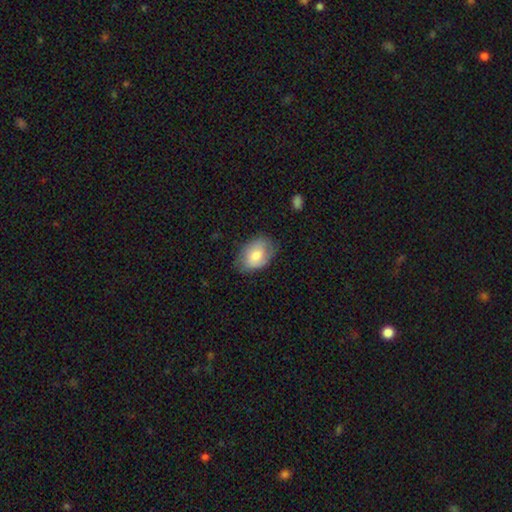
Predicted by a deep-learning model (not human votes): This is likely a smooth galaxy (71%). How rounded: clearly in between (84%). Merging: likely none (69%).